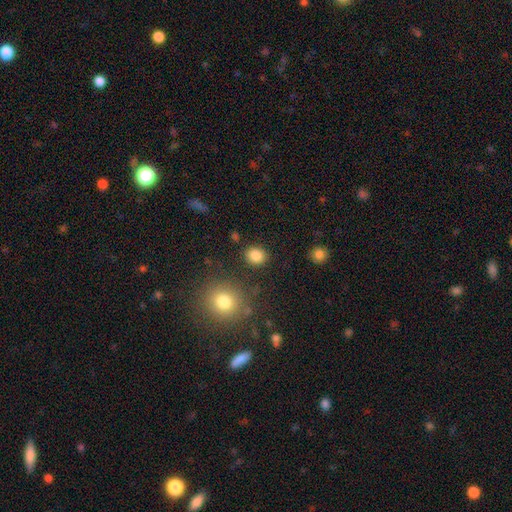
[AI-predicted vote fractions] Q: Smooth or featured?
A: smooth (85%); runner-up: star or artifact (11%)
Q: How rounded?
A: round (67%); runner-up: in between (32%)
Q: Merging?
A: none (87%); runner-up: minor disturbance (8%)